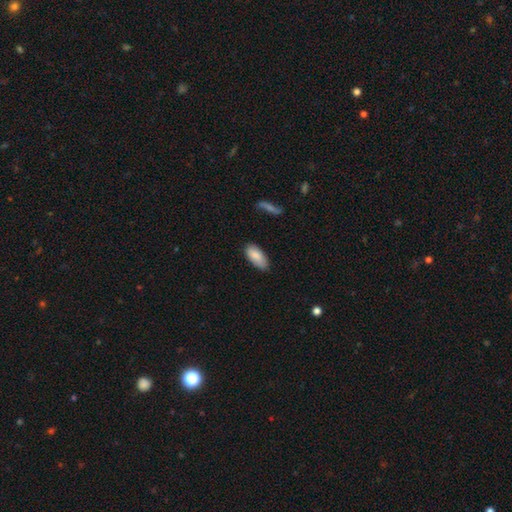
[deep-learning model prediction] A smooth galaxy with no disk features (85%) that is in between round and cigar-shaped (91%).

Vote fractions:
- Smooth or featured? smooth: 85% / featured or disk: 8% / star or artifact: 6%
- How rounded? in between: 91% / cigar-shaped: 8% / round: 2%
- Merging? none: 74% / minor disturbance: 21% / major disturbance: 3% / merger: 2%